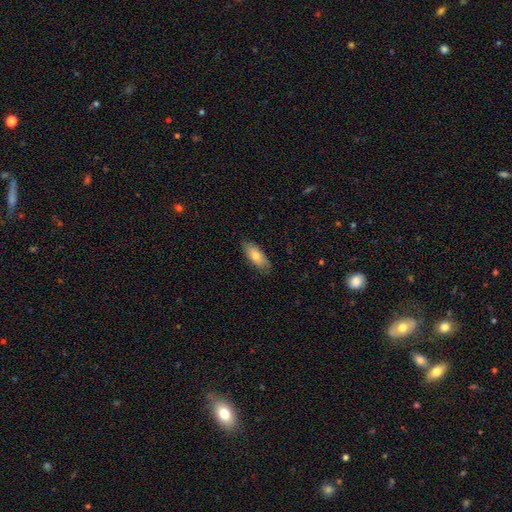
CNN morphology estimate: type=smooth (73%); roundness=in between (77%); merging=none (82%).